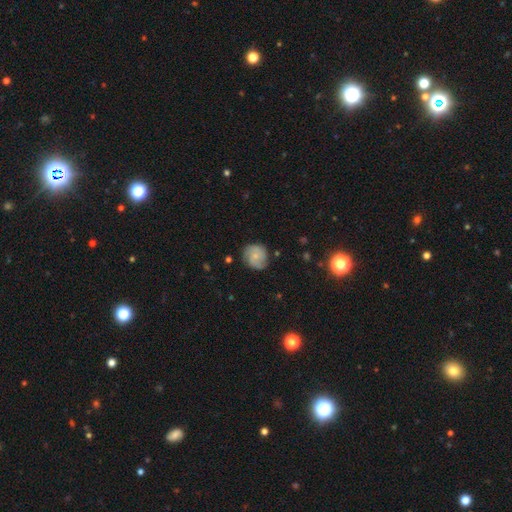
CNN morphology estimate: A featured or disk galaxy (56%) with no bar (77%), spiral arms (90%) and a small central bulge (67%). Merging: none (75%).